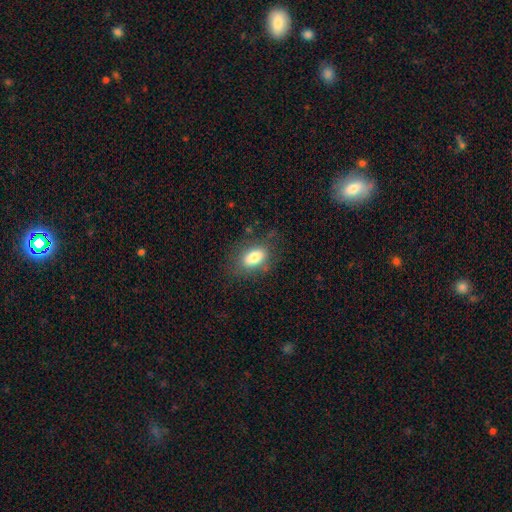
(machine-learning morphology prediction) smooth_or_featured: smooth (p=0.80) [alt: featured or disk p=0.12]
how_rounded: in between (p=0.87) [alt: round p=0.09]
merging: none (p=0.76) [alt: minor disturbance p=0.16]